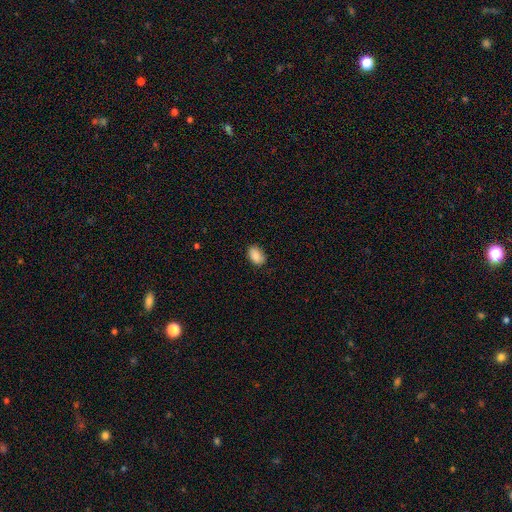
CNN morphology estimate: Q: Smooth or featured?
A: smooth (88%); runner-up: star or artifact (7%)
Q: How rounded?
A: in between (86%); runner-up: round (13%)
Q: Merging?
A: none (81%); runner-up: minor disturbance (15%)